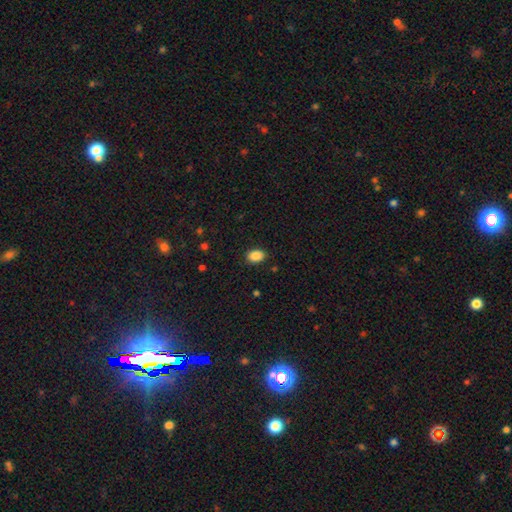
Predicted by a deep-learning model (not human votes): The model was most divided on "how rounded": in between: 81%, round: 18%, cigar-shaped: 1%. More confident: smooth or featured — smooth (88%); merging — none (88%).